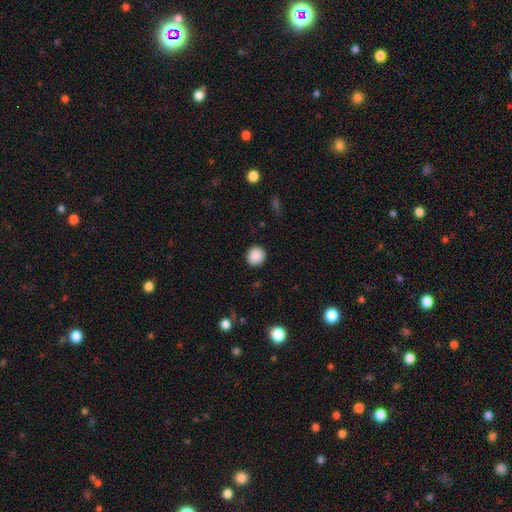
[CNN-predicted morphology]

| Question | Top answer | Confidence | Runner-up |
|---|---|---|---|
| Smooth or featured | smooth | 89% | star or artifact (9%) |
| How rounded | round | 93% | in between (6%) |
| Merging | none | 92% | minor disturbance (5%) |